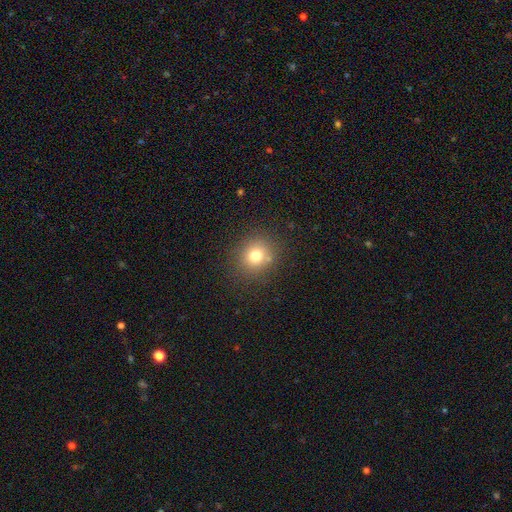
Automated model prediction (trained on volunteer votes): Smooth or featured?
  - smooth: 74% *
  - star or artifact: 16%
  - featured or disk: 10%
How rounded?
  - round: 85% *
  - in between: 14%
  - cigar-shaped: 1%
Merging?
  - none: 82% *
  - minor disturbance: 9%
  - merger: 5%
  - major disturbance: 4%